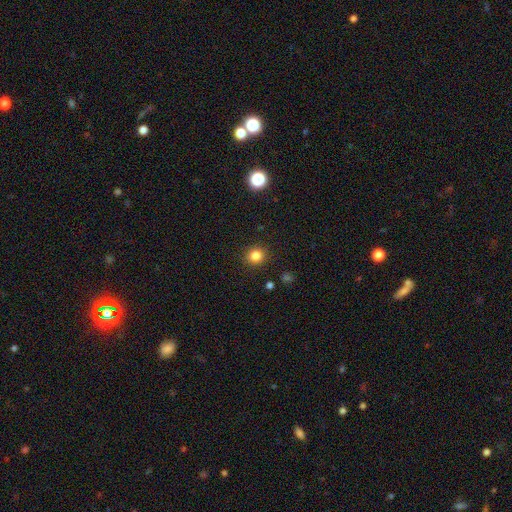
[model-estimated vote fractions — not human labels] A smooth galaxy with no disk features (83%) that is round (88%).

Vote fractions:
- Smooth or featured? smooth: 83% / star or artifact: 12% / featured or disk: 5%
- How rounded? round: 88% / in between: 11% / cigar-shaped: 1%
- Merging? none: 91% / minor disturbance: 6% / major disturbance: 2% / merger: 1%